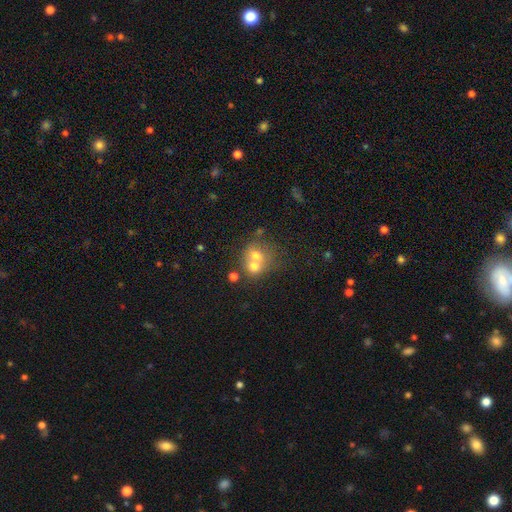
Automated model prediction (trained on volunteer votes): smooth-or-featured: smooth: 62% | featured or disk: 26% | star or artifact: 12%
  how-rounded: round: 67% | in between: 32% | cigar-shaped: 1%
  merging: merger: 62% | none: 26% | minor disturbance: 8% | major disturbance: 5%